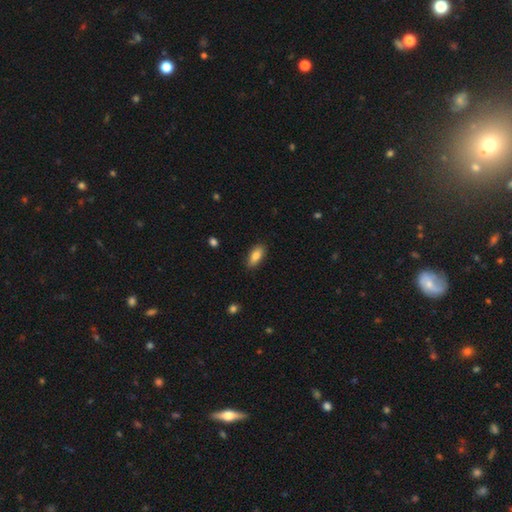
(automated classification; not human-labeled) The model was most divided on "how rounded": in between: 82%, cigar-shaped: 15%, round: 3%. More confident: merging — none (85%); smooth or featured — smooth (81%).